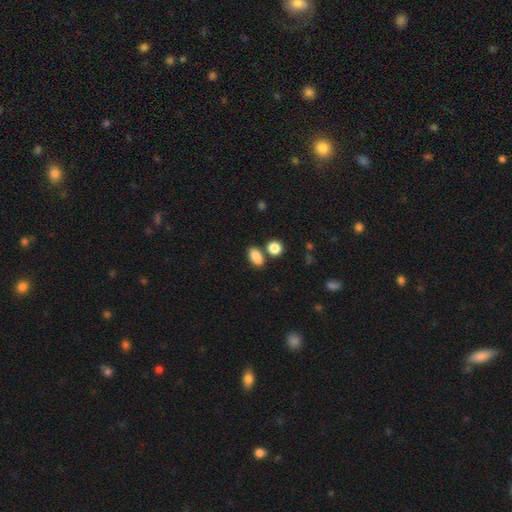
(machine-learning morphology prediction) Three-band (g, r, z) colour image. It shows a smooth galaxy with no disk features (87%) that is in between round and cigar-shaped (86%). Merging: none (70%).